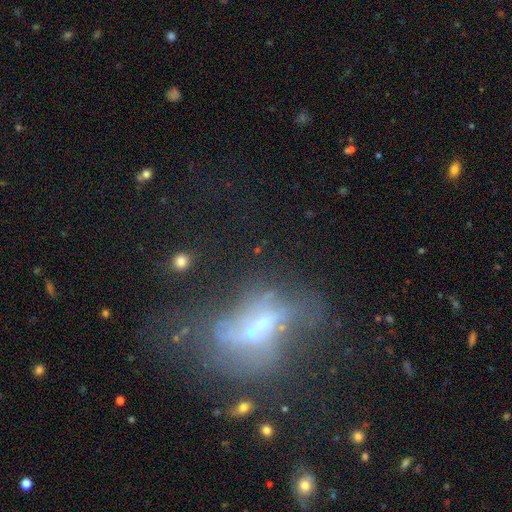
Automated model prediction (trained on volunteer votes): Smooth or featured: featured or disk — 56% (smooth — 26%)
Edge-on disk: no — 84% (yes — 16%)
Merging: major disturbance — 35% (none — 34%)